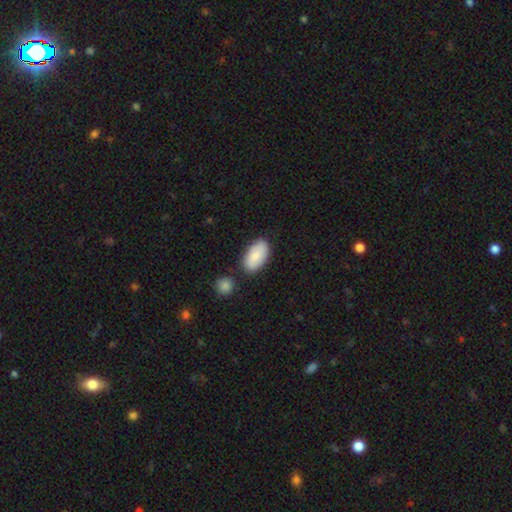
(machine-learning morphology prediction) Smooth or featured? smooth (83%)
How rounded? in between (95%)
Merging? none (73%)